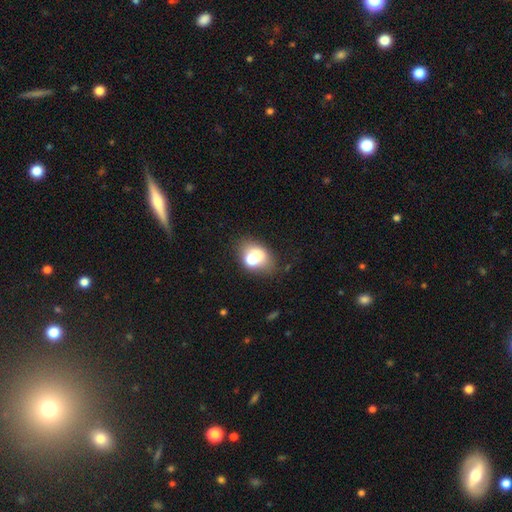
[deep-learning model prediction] This appears to be a smooth galaxy with no disk features (64%) that is in between round and cigar-shaped (61%). Merging: none (40%).